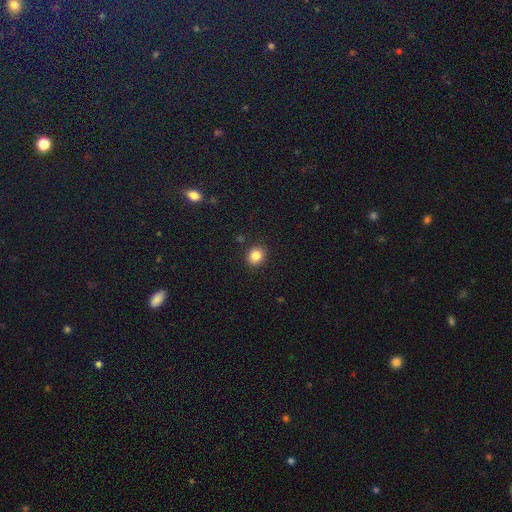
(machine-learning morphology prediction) Smooth or featured: smooth — 84% (star or artifact — 11%)
How rounded: round — 73% (in between — 26%)
Merging: none — 90% (minor disturbance — 6%)